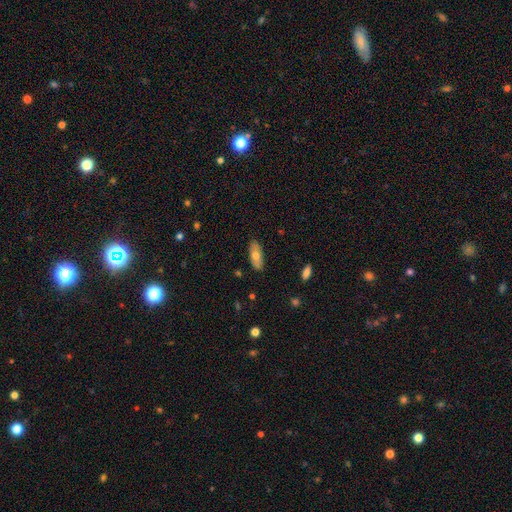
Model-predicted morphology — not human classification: smooth_or_featured: smooth (p=0.69) [alt: featured or disk p=0.25]
how_rounded: in between (p=0.75) [alt: cigar-shaped p=0.22]
merging: none (p=0.88) [alt: minor disturbance p=0.09]